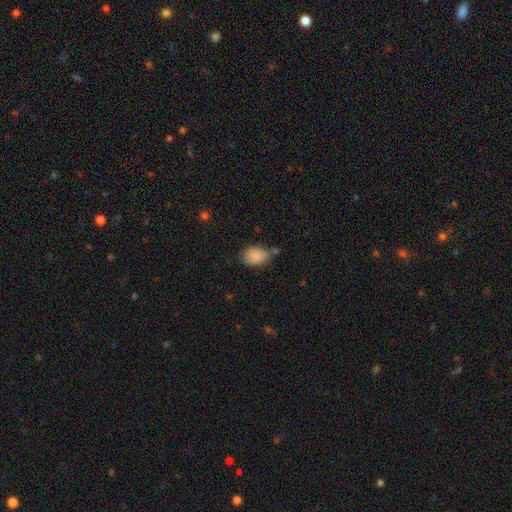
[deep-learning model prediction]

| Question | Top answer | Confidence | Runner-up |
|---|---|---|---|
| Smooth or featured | smooth | 87% | star or artifact (7%) |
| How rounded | in between | 85% | round (13%) |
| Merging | none | 61% | minor disturbance (24%) |